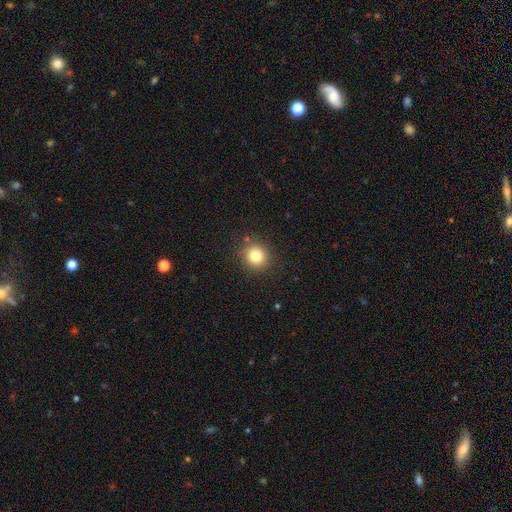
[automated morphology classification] Smooth or featured?
  - smooth: 80% *
  - star or artifact: 12%
  - featured or disk: 7%
How rounded?
  - round: 91% *
  - in between: 8%
  - cigar-shaped: 1%
Merging?
  - none: 87% *
  - minor disturbance: 8%
  - major disturbance: 3%
  - merger: 2%